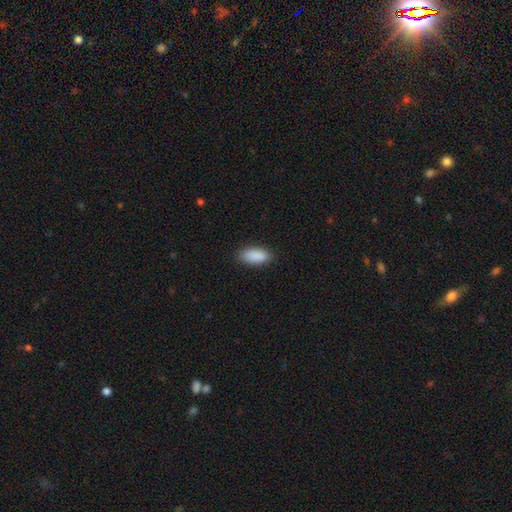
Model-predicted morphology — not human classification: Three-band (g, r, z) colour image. It shows a smooth galaxy with no disk features (90%) that is in between round and cigar-shaped (90%). Merging: none (86%).